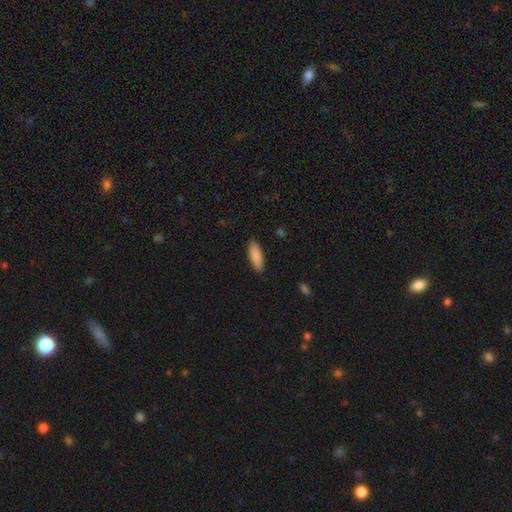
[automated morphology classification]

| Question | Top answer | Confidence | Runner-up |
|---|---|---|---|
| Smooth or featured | smooth | 87% | featured or disk (7%) |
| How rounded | cigar-shaped | 51% | in between (48%) |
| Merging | none | 89% | minor disturbance (8%) |